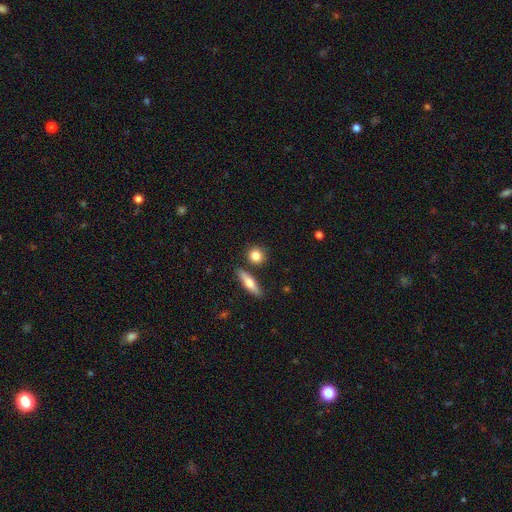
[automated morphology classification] A smooth galaxy with no disk features (81%) that is round (78%).

Vote fractions:
- Smooth or featured? smooth: 81% / featured or disk: 11% / star or artifact: 8%
- How rounded? round: 78% / in between: 16% / cigar-shaped: 6%
- Merging? none: 80% / minor disturbance: 9% / merger: 8% / major disturbance: 3%